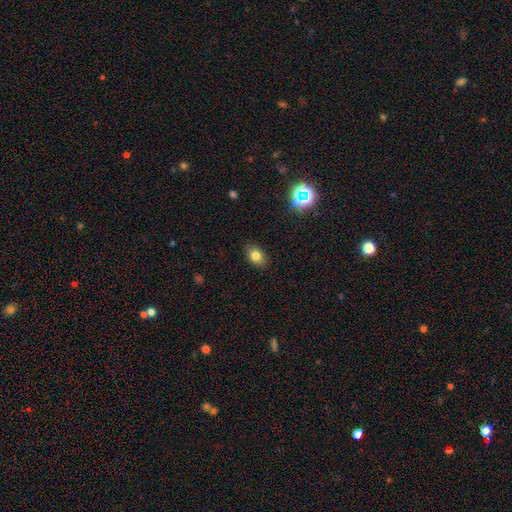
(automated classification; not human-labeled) Smooth or featured? Predicted: smooth (p=0.78). How rounded? Predicted: in between (p=0.77). Merging? Predicted: none (p=0.87).